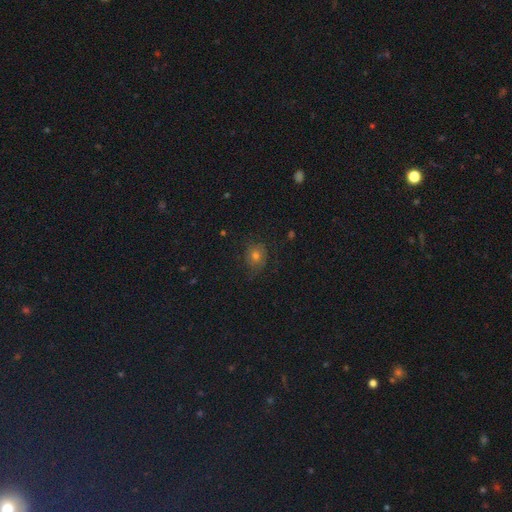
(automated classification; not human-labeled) Smooth or featured? smooth (54%)
How rounded? round (71%)
Merging? none (72%)